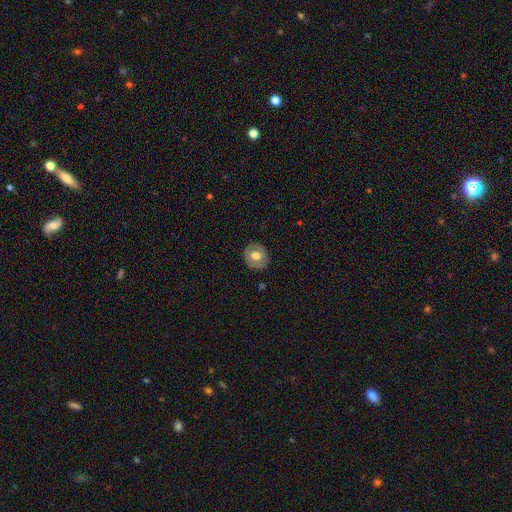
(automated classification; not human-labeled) Overall: smooth (58%; featured or disk 35%). How rounded: round (78%). Merging: none (84%).